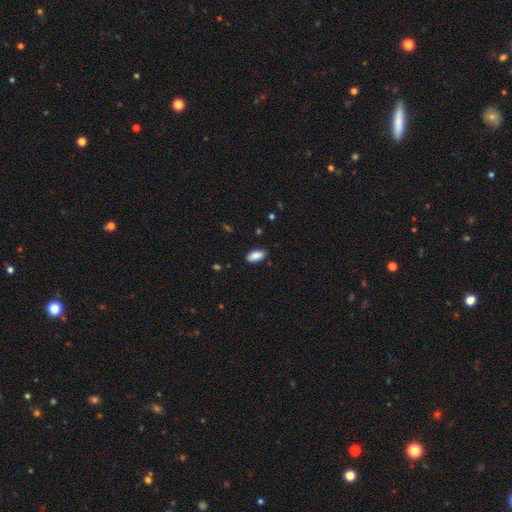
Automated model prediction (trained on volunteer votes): Morphology: type=smooth (89%); roundness=in between (91%); merging=none (86%).